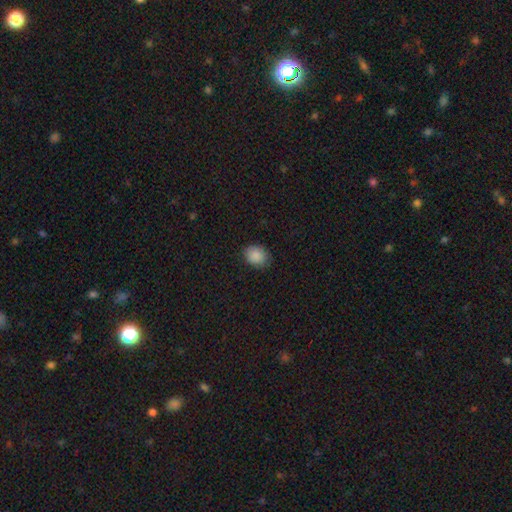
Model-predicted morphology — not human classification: smooth 88%, star or artifact 8%, featured or disk 4%. Down the decision tree: how rounded — in between (53%); merging — none (82%).